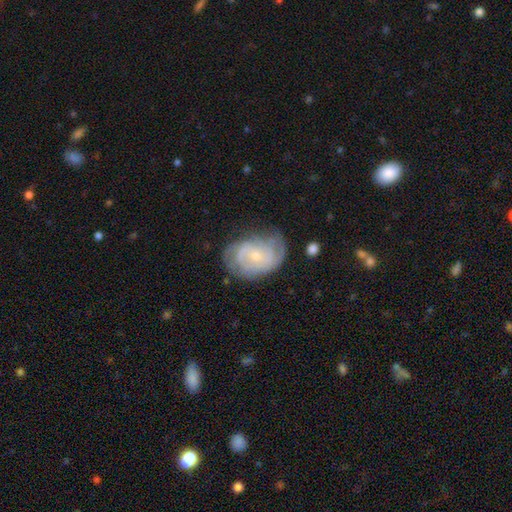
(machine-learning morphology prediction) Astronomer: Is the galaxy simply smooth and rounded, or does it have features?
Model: featured or disk — 73%.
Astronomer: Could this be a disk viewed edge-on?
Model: no — 97%.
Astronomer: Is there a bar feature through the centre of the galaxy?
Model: no — 70%.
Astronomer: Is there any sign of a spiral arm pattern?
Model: yes — 88%.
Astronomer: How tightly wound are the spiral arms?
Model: tight — 52% (runner-up: medium, 35%).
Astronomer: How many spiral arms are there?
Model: can't tell — 38% (runner-up: 2, 32%).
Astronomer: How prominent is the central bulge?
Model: small — 72%.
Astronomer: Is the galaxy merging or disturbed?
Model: none — 60%.